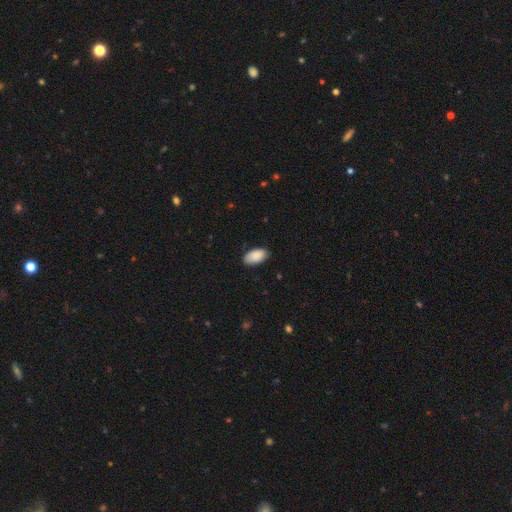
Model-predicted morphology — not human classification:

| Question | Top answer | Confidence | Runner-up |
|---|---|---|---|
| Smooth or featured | smooth | 90% | star or artifact (6%) |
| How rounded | in between | 95% | round (3%) |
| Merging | none | 85% | minor disturbance (12%) |